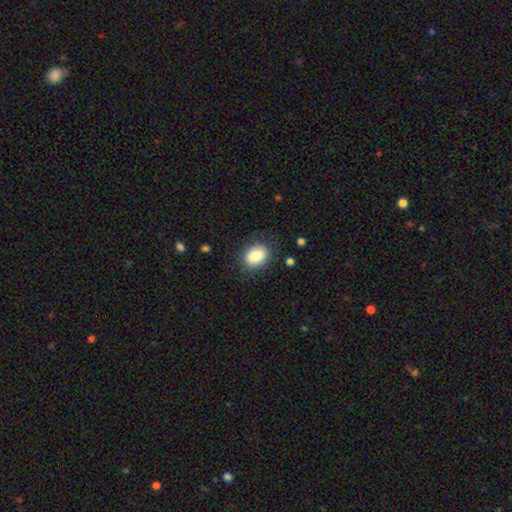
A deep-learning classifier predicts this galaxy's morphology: Smooth or featured? smooth (84%)
How rounded? in between (65%)
Merging? none (83%)